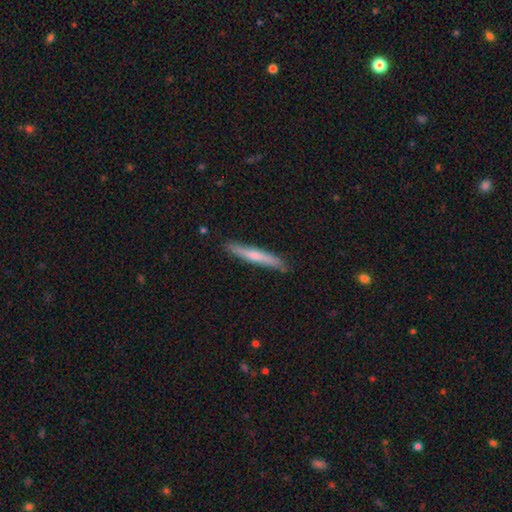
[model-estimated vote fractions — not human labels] Smooth or featured: smooth — 56% (featured or disk — 38%)
How rounded: cigar-shaped — 95% (in between — 3%)
Merging: none — 86% (minor disturbance — 11%)